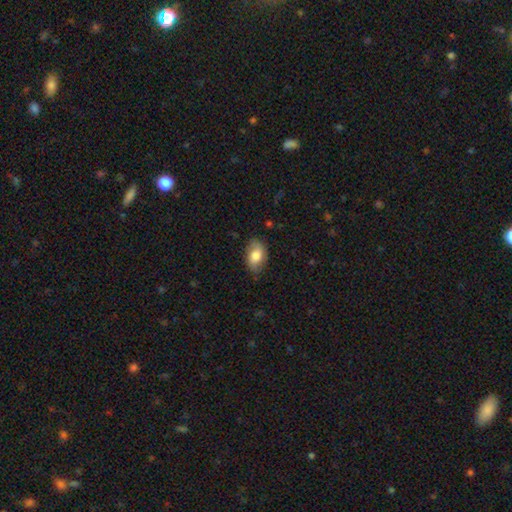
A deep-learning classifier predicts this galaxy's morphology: This appears to be a smooth galaxy with no disk features (66%) that is in between round and cigar-shaped (88%). Merging: none (75%).